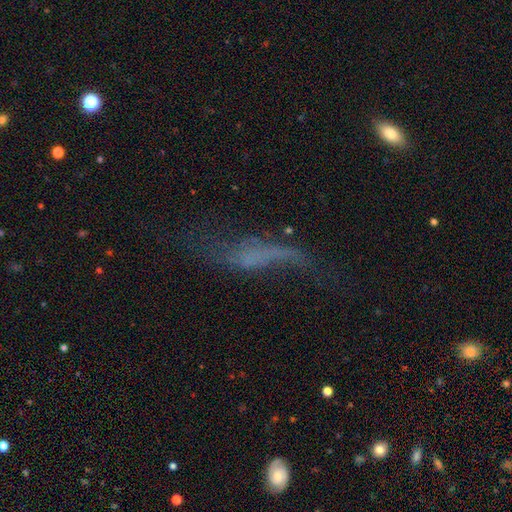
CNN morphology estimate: type=featured or disk (55%); edge-on=no (77%); merging=major disturbance (37%).